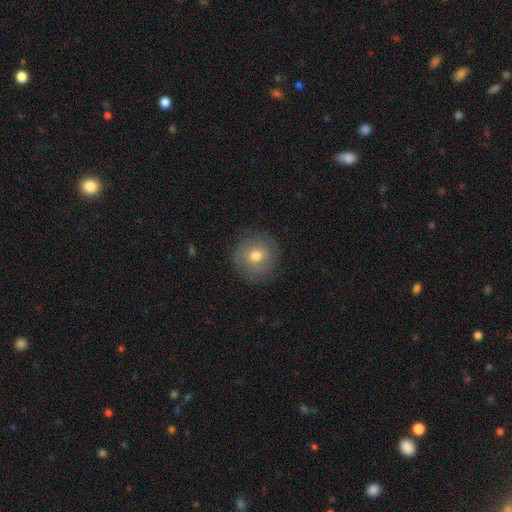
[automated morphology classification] Smooth or featured? smooth (51%)
How rounded? round (92%)
Merging? none (84%)